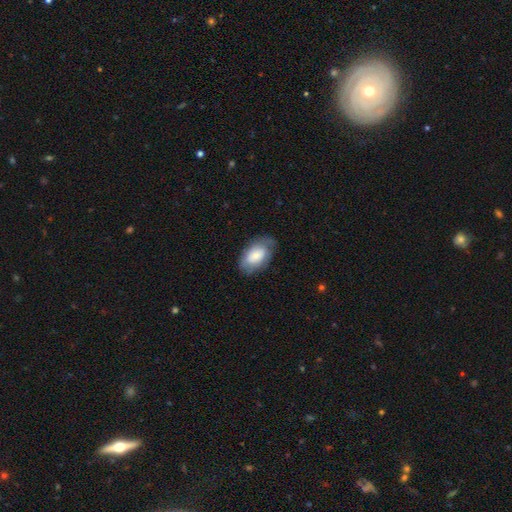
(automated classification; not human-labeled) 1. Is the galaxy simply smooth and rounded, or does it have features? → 63% smooth, 30% featured or disk, 7% star or artifact.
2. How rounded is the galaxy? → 91% in between, 7% round, 2% cigar-shaped.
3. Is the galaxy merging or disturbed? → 70% none, 21% minor disturbance, 7% major disturbance, 1% merger.